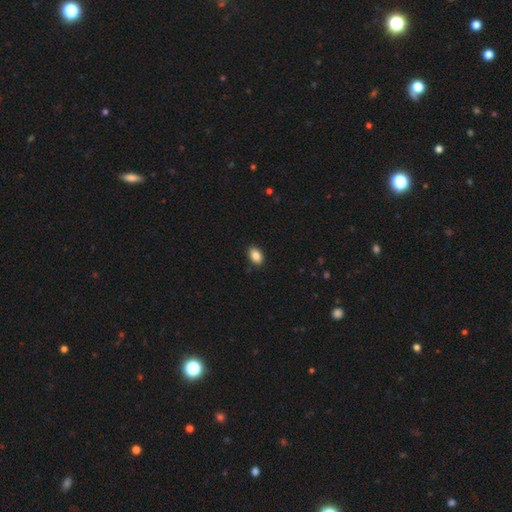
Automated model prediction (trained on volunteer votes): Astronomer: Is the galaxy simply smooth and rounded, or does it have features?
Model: smooth — 88%.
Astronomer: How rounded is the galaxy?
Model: in between — 88%.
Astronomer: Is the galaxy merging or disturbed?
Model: none — 88%.